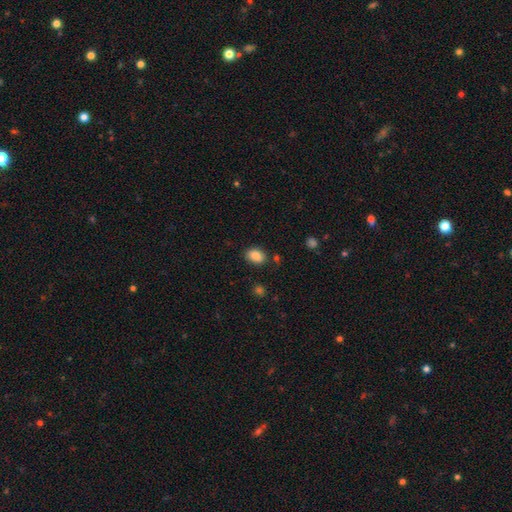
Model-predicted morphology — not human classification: Q: Smooth or featured?
A: smooth (87%); runner-up: star or artifact (9%)
Q: How rounded?
A: in between (73%); runner-up: round (25%)
Q: Merging?
A: none (81%); runner-up: minor disturbance (12%)